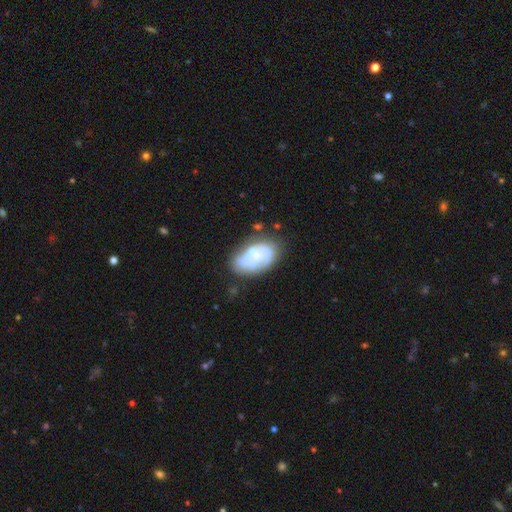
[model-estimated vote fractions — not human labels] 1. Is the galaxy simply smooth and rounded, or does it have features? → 54% featured or disk, 38% smooth, 8% star or artifact.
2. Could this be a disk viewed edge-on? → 97% no, 3% yes.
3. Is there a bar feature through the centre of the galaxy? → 76% no, 20% weak, 5% strong.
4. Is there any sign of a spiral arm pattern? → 51% yes, 49% no.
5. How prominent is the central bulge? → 44% small, 25% none, 25% moderate, 4% large, 2% dominant.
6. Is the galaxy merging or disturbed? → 50% none, 26% minor disturbance, 13% major disturbance, 11% merger.